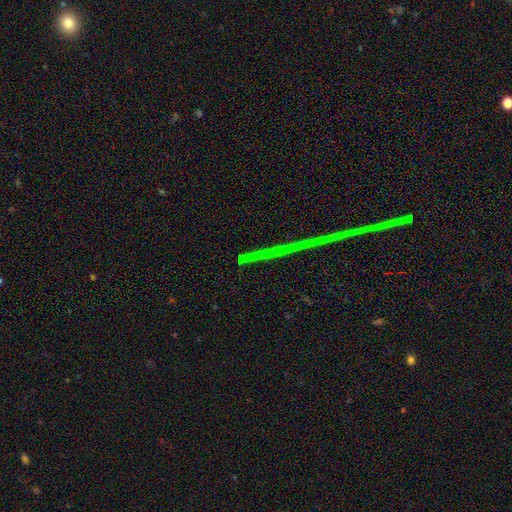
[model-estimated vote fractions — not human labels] Smooth or featured: star or artifact — 79% (featured or disk — 12%)